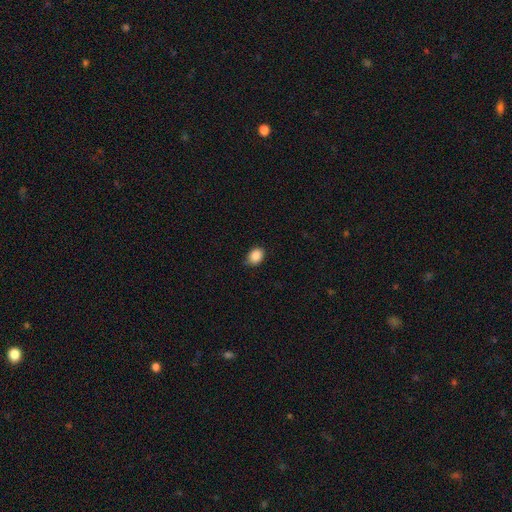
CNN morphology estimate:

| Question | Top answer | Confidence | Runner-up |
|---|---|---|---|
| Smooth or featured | smooth | 88% | star or artifact (9%) |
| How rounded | in between | 62% | round (37%) |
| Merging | none | 80% | minor disturbance (16%) |